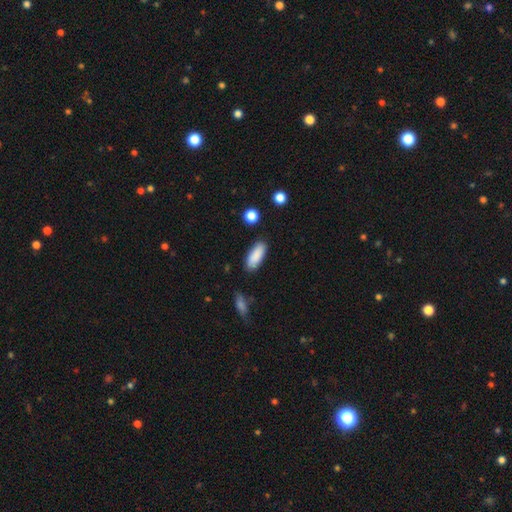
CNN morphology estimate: The model was most divided on "how rounded": in between: 77%, cigar-shaped: 21%, round: 2%. More confident: smooth or featured — smooth (88%); merging — none (84%).